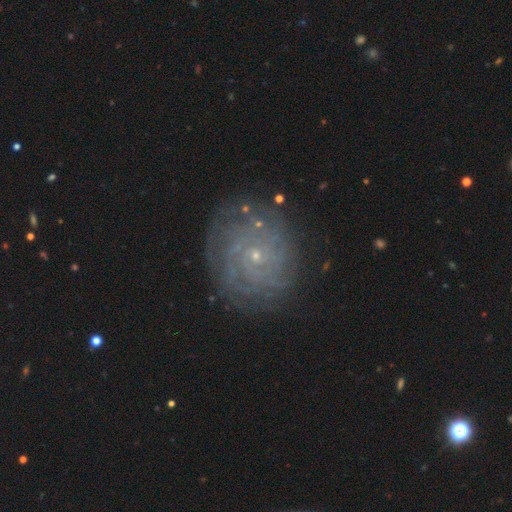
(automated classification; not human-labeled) Morphology: type=featured or disk (73%); edge-on=no (97%); bar=no (82%); spiral arms=yes (90%); winding=tight (78%); arm count=can't tell (45%); bulge=small (85%); merging=none (81%).